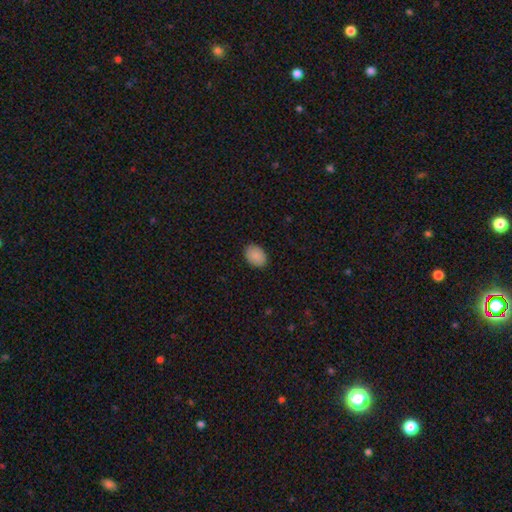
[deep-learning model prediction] A smooth galaxy with no disk features (89%) that is in between round and cigar-shaped (75%).

Vote fractions:
- Smooth or featured? smooth: 89% / star or artifact: 7% / featured or disk: 4%
- How rounded? in between: 75% / round: 24% / cigar-shaped: 1%
- Merging? none: 88% / minor disturbance: 9% / major disturbance: 2% / merger: 1%